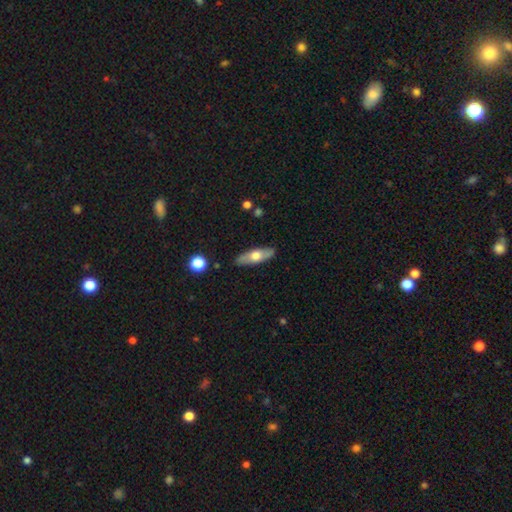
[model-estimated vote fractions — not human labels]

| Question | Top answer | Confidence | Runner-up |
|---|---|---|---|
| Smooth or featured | smooth | 53% | featured or disk (41%) |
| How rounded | in between | 57% | cigar-shaped (40%) |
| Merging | none | 87% | minor disturbance (10%) |